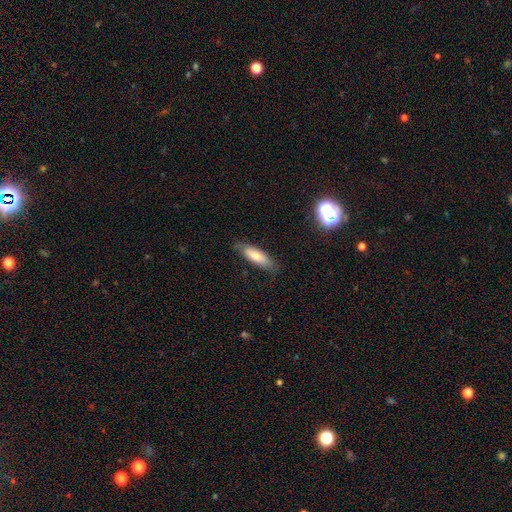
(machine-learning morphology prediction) Smooth or featured?
  - smooth: 65% *
  - featured or disk: 27%
  - star or artifact: 8%
How rounded?
  - in between: 50% *
  - cigar-shaped: 48%
  - round: 2%
Merging?
  - none: 75% *
  - minor disturbance: 20%
  - major disturbance: 5%
  - merger: 1%